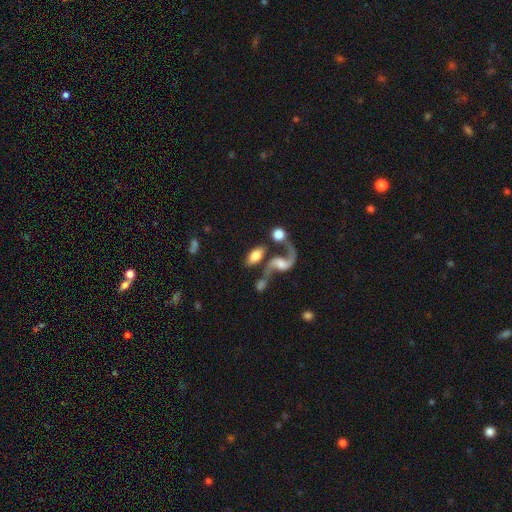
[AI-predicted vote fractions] Smooth or featured? smooth (51%)
How rounded? in between (86%)
Merging? none (44%)